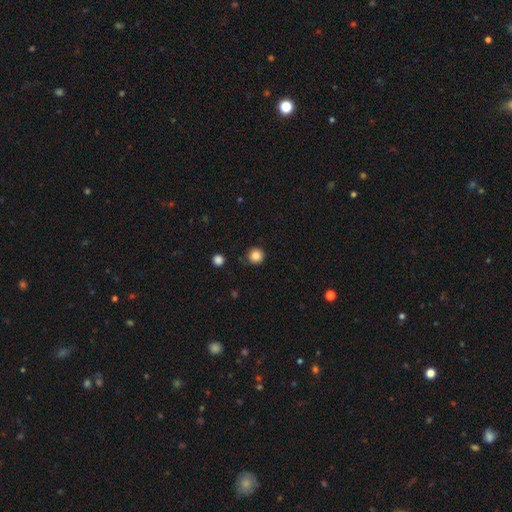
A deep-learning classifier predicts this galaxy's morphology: Overall: smooth (84%). How rounded: round (95%). Merging: none (89%).